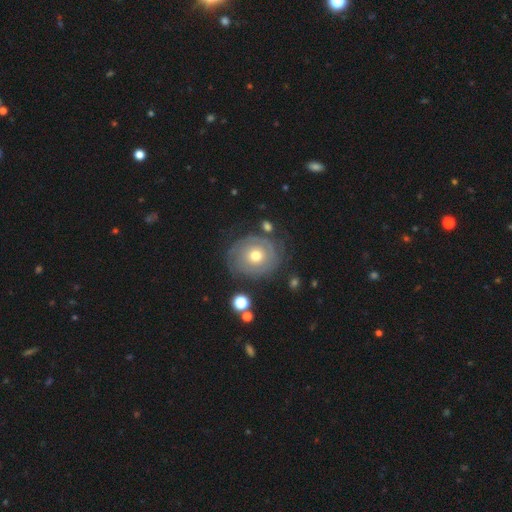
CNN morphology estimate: The model was most divided on "smooth or featured": featured or disk: 67%, smooth: 25%, star or artifact: 8%. More confident: edge-on disk — no (97%); bar — no (87%); spiral arms — yes (77%); merging — none (73%); bulge size — moderate (69%).